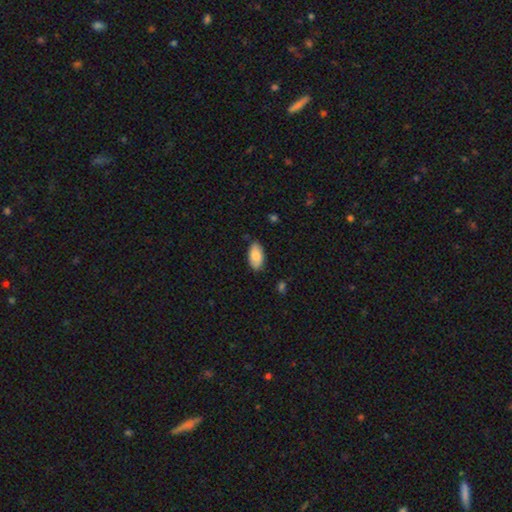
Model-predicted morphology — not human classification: Smooth or featured?
  - smooth: 79% *
  - featured or disk: 15%
  - star or artifact: 6%
How rounded?
  - in between: 95% *
  - round: 3%
  - cigar-shaped: 2%
Merging?
  - none: 82% *
  - minor disturbance: 15%
  - major disturbance: 2%
  - merger: 1%